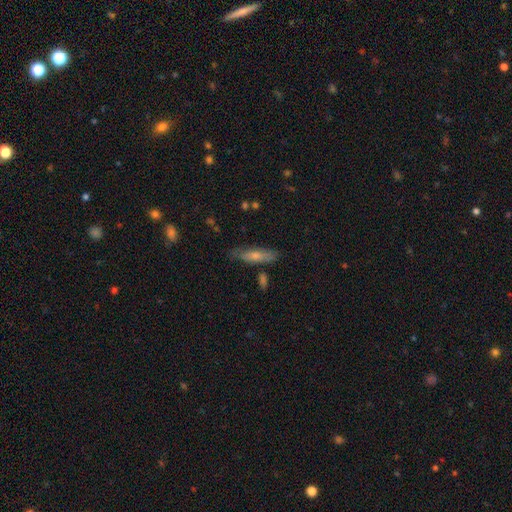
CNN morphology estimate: Overall: smooth (62%; featured or disk 31%). How rounded: cigar-shaped (64%; in between 34%). Merging: none (74%).